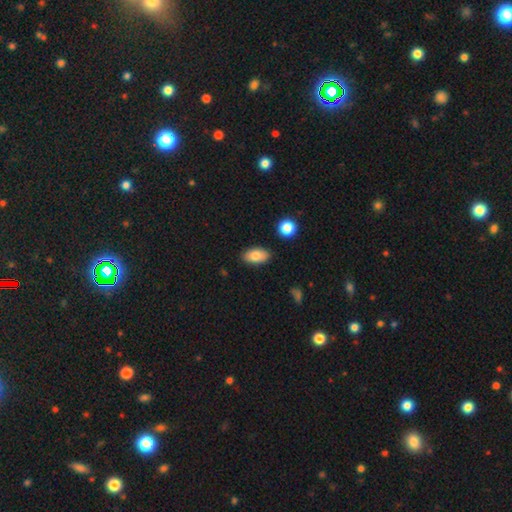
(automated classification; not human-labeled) Smooth or featured? Predicted: smooth (p=0.81). How rounded? Predicted: in between (p=0.92). Merging? Predicted: none (p=0.86).